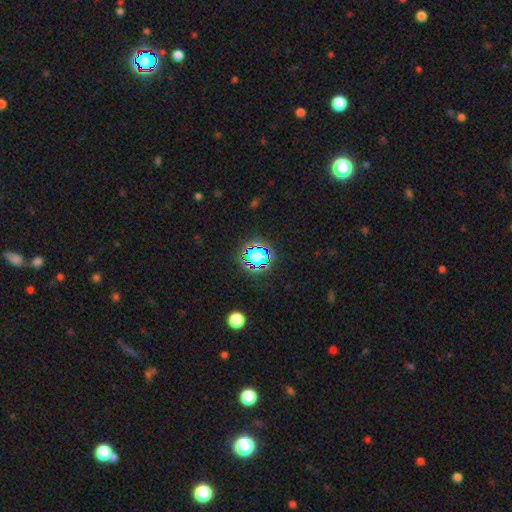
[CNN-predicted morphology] A star or artifact, not a galaxy (61%).